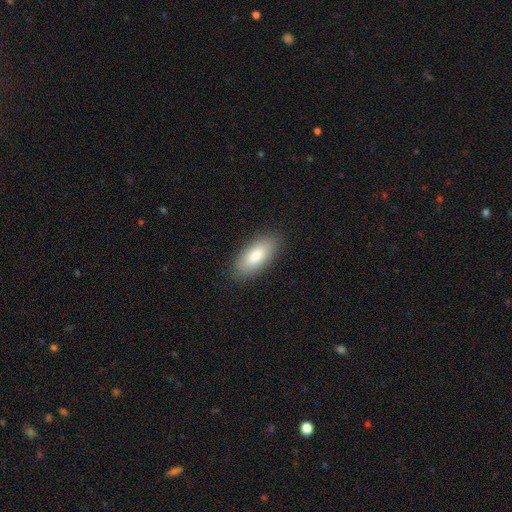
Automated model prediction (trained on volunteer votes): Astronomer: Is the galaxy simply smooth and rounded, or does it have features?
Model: smooth — 83%.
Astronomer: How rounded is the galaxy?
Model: in between — 86%.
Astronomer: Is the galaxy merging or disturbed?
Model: none — 87%.